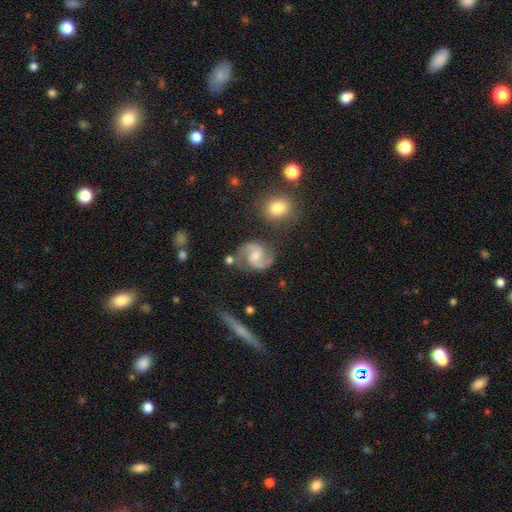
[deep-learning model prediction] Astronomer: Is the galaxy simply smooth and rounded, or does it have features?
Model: featured or disk — 87%.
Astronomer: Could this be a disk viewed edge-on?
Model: no — 98%.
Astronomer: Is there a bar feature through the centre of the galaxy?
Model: no — 46% (runner-up: weak, 44%).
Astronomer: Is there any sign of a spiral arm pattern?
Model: yes — 97%.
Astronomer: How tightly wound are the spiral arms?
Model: medium — 60%.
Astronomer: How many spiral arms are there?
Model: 2 — 93%.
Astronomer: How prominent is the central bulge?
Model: moderate — 44% (runner-up: small, 40%).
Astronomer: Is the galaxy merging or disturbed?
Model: none — 71%.